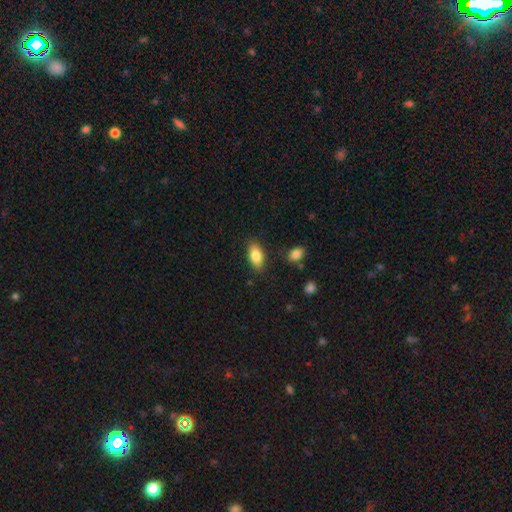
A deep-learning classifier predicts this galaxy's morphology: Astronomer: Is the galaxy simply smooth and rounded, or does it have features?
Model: smooth — 83%.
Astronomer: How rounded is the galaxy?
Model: in between — 89%.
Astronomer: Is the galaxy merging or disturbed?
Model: none — 84%.